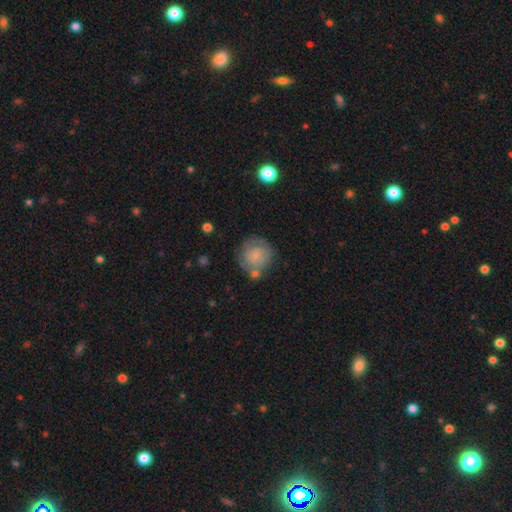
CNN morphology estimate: smooth_or_featured: smooth (p=0.69) [alt: featured or disk p=0.24]
how_rounded: round (p=0.90) [alt: in between p=0.09]
merging: none (p=0.62) [alt: minor disturbance p=0.20]